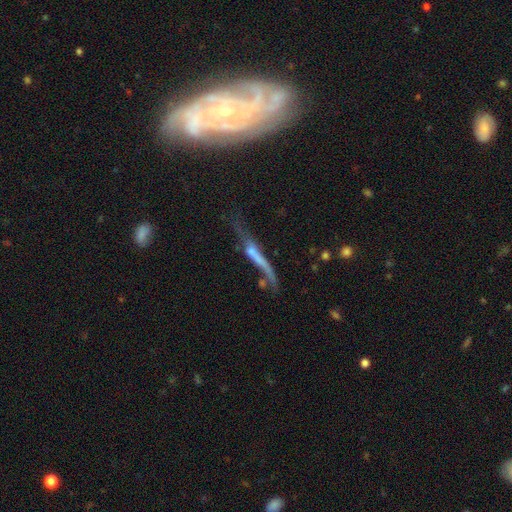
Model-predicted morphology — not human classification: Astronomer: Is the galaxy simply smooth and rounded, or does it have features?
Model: featured or disk — 57% (runner-up: smooth, 32%).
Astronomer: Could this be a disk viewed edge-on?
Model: yes — 70%.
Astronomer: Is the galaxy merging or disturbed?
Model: none — 33% (runner-up: major disturbance, 28%).